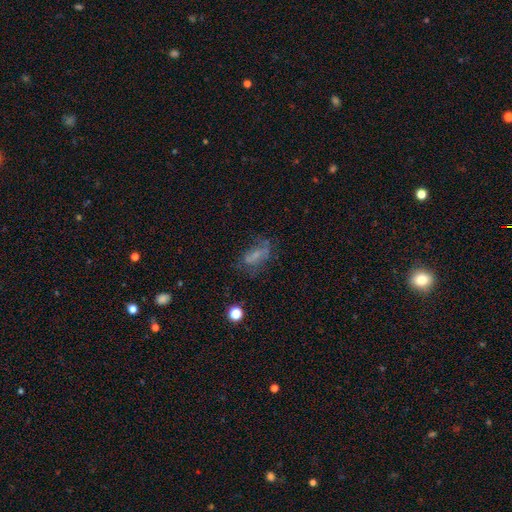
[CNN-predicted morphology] A smooth galaxy with no disk features (43%).

Vote fractions:
- Smooth or featured? smooth: 43% / featured or disk: 39% / star or artifact: 18%
- Merging? none: 48% / major disturbance: 24% / minor disturbance: 23% / merger: 5%